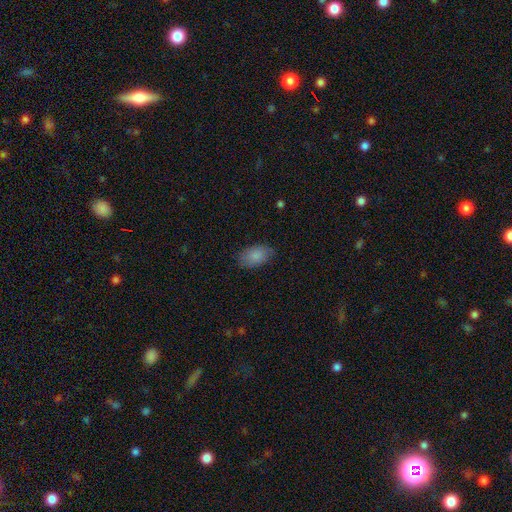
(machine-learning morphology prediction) Smooth or featured?
  - smooth: 86% *
  - featured or disk: 7%
  - star or artifact: 7%
How rounded?
  - in between: 92% *
  - round: 6%
  - cigar-shaped: 2%
Merging?
  - none: 80% *
  - minor disturbance: 15%
  - major disturbance: 4%
  - merger: 1%